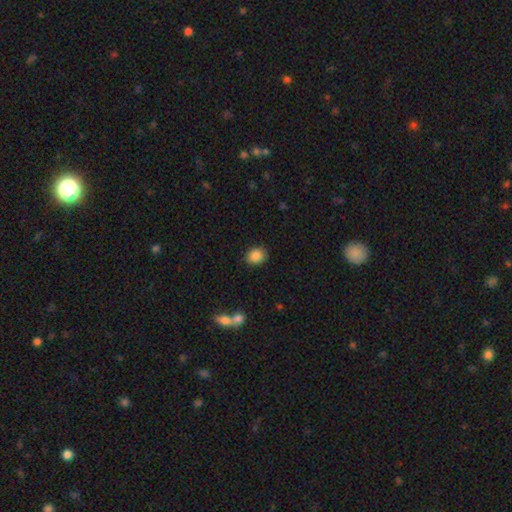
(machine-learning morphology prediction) Overall: smooth (86%). How rounded: round (60%; in between 39%). Merging: none (86%).